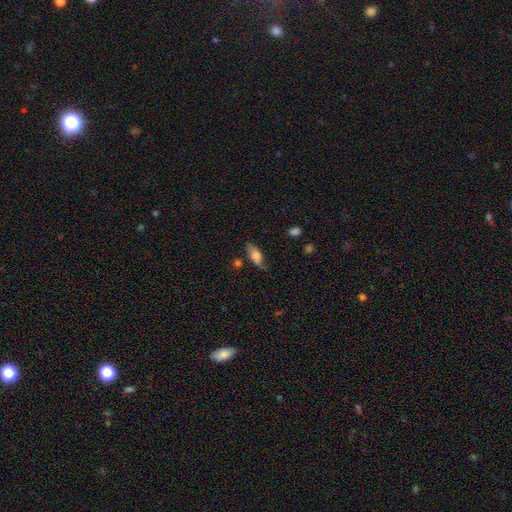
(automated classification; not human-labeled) Q: Smooth or featured?
A: smooth (63%); runner-up: featured or disk (29%)
Q: How rounded?
A: in between (77%); runner-up: cigar-shaped (19%)
Q: Merging?
A: none (68%); runner-up: minor disturbance (23%)